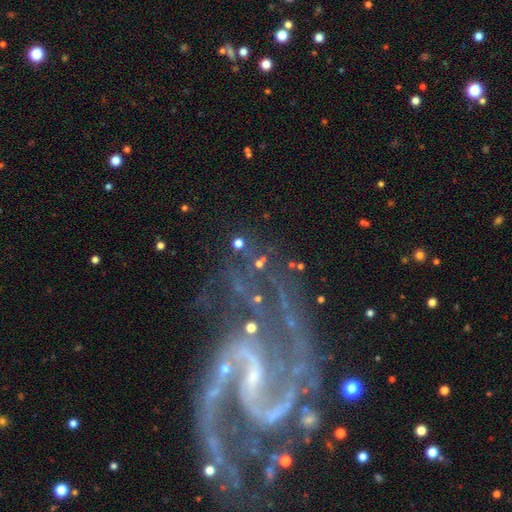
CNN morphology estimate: type=featured or disk (93%); edge-on=no (98%); bar=weak (48%); spiral arms=yes (98%); winding=medium (54%); arm count=2 (90%); bulge=small (75%); merging=none (58%).